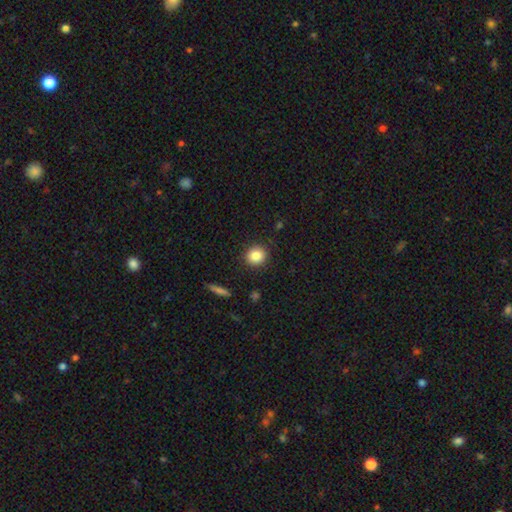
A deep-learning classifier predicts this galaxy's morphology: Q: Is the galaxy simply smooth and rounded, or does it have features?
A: smooth — 84%.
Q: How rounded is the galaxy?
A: round — 86%.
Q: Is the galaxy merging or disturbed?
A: none — 90%.